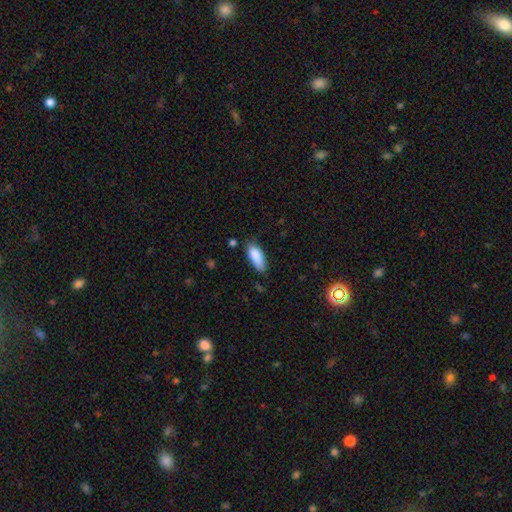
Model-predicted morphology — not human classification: Smooth or featured? smooth (87%)
How rounded? in between (77%)
Merging? none (69%)